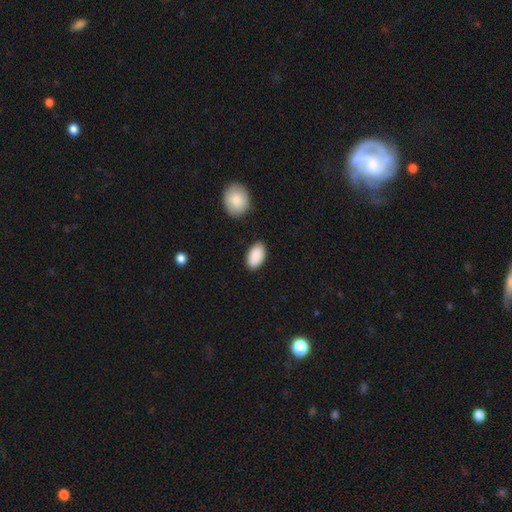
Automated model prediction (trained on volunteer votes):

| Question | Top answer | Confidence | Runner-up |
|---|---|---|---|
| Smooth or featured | smooth | 90% | star or artifact (6%) |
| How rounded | in between | 95% | round (4%) |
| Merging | none | 84% | minor disturbance (11%) |